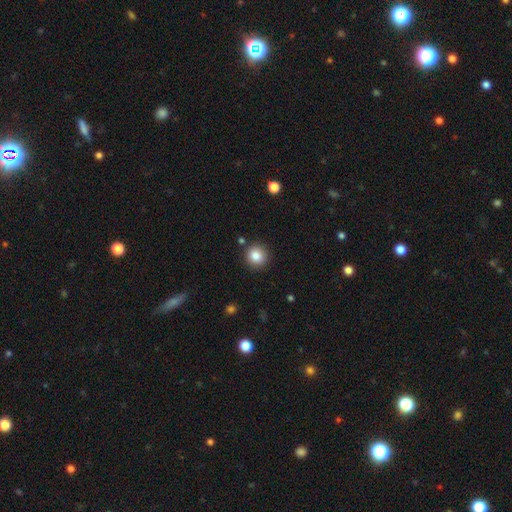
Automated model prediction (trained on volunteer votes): Smooth or featured? smooth (84%)
How rounded? round (93%)
Merging? none (88%)